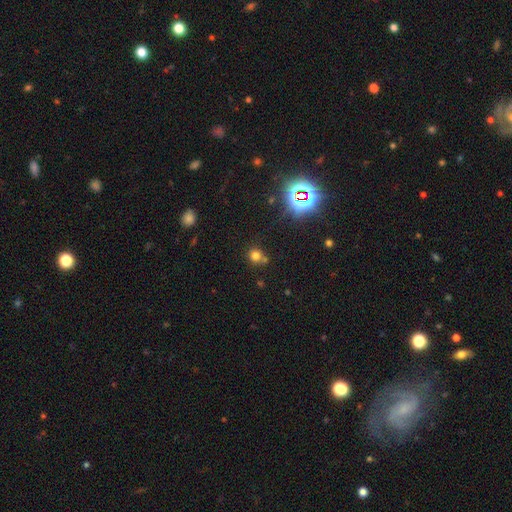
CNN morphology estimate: smooth 70%, star or artifact 22%, featured or disk 8%. Down the decision tree: how rounded — round (85%); merging — none (61%).